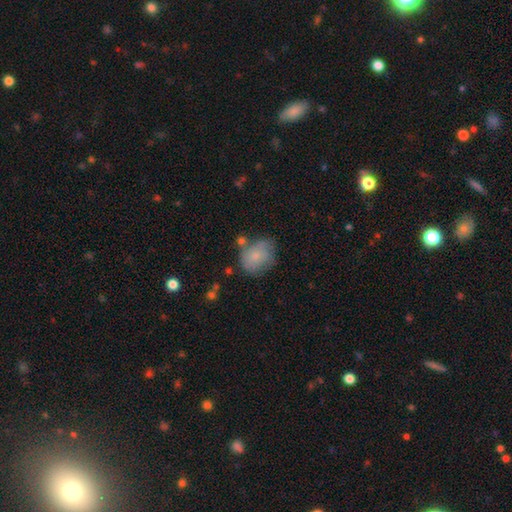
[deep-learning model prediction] Smooth or featured: smooth — 71% (featured or disk — 21%)
How rounded: in between — 51% (round — 48%)
Merging: none — 51% (minor disturbance — 28%)